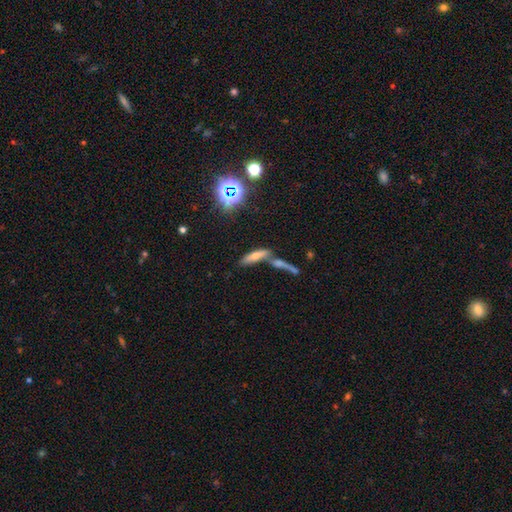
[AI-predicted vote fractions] Morphology: type=smooth (52%); roundness=cigar-shaped (59%); merging=merger (47%).